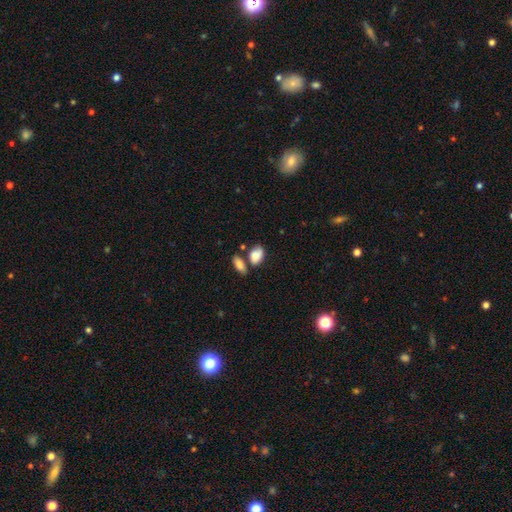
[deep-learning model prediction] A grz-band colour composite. It shows a smooth galaxy with no disk features (84%) that is in between round and cigar-shaped (86%). Merging: none (46%).